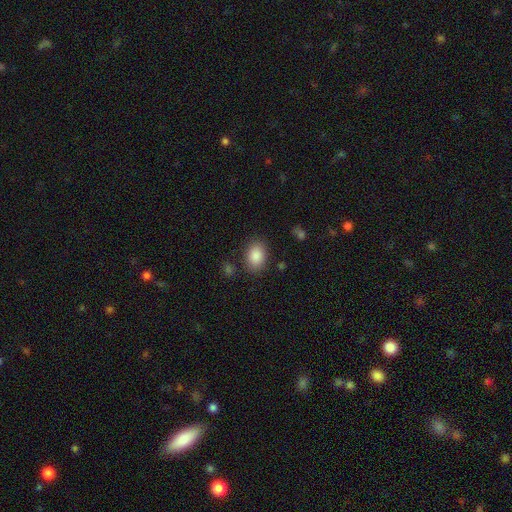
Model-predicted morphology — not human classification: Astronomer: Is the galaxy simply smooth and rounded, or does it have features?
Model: smooth — 87%.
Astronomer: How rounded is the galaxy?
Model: in between — 79%.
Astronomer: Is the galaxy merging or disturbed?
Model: none — 83%.